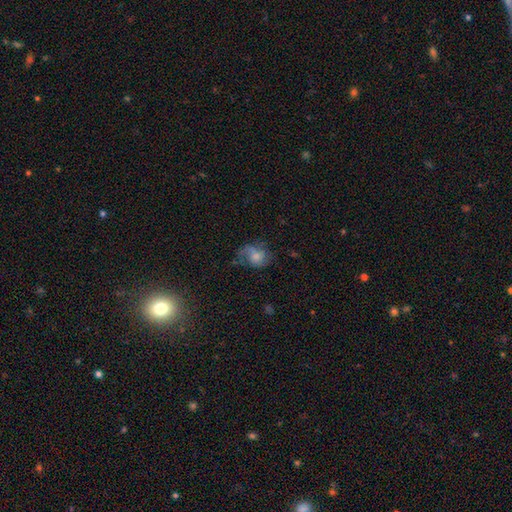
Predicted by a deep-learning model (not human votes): Smooth or featured: smooth — 50% (featured or disk — 41%)
Merging: none — 42% (minor disturbance — 28%)